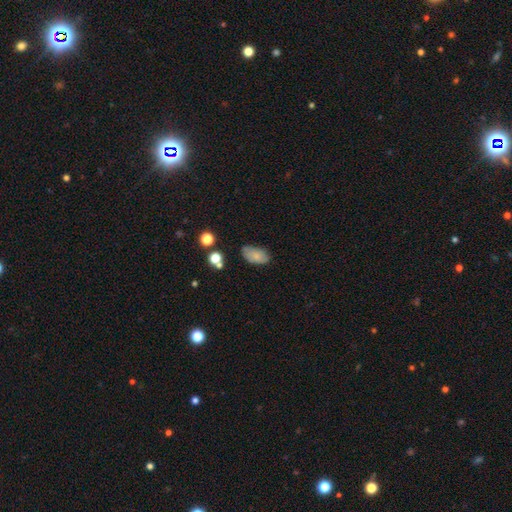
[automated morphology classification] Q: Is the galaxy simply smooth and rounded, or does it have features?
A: smooth — 77%.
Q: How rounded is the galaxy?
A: in between — 92%.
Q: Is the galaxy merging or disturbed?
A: none — 65%.